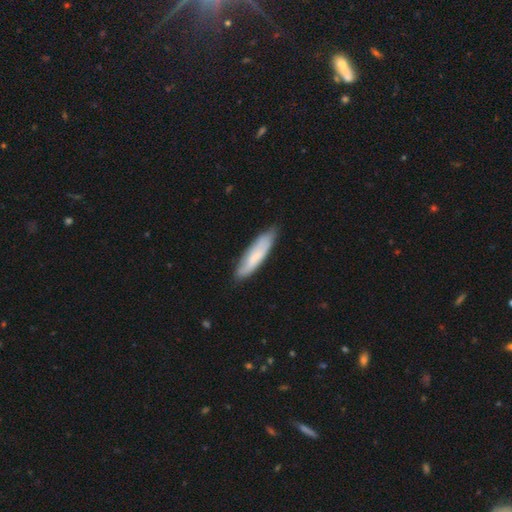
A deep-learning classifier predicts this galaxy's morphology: Q: Smooth or featured?
A: smooth (71%); runner-up: featured or disk (23%)
Q: How rounded?
A: cigar-shaped (69%); runner-up: in between (30%)
Q: Merging?
A: none (78%); runner-up: minor disturbance (18%)